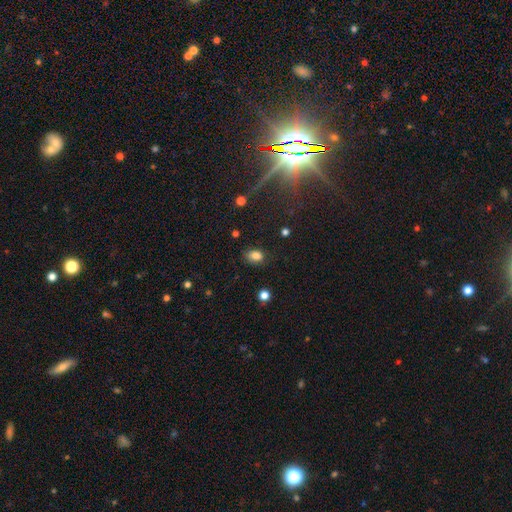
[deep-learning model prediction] smooth 83%, star or artifact 11%, featured or disk 6%. Down the decision tree: how rounded — in between (75%); merging — none (75%).